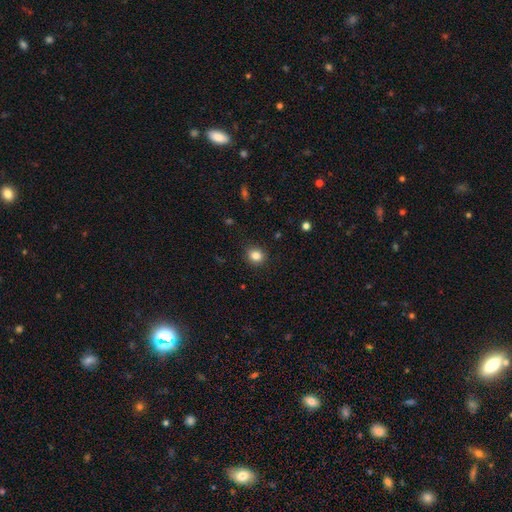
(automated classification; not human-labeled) The model was most divided on "how rounded": round: 81%, in between: 18%, cigar-shaped: 1%. More confident: merging — none (89%); smooth or featured — smooth (84%).